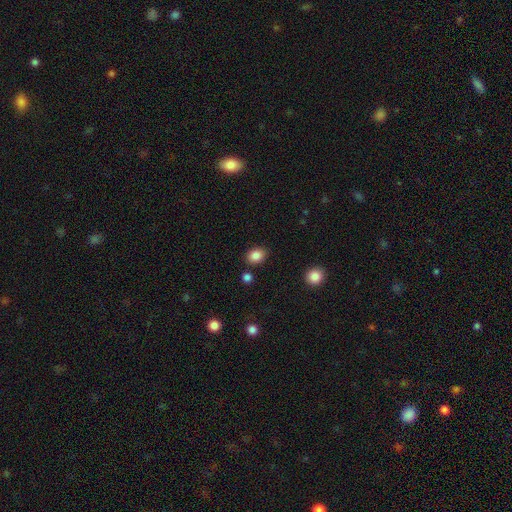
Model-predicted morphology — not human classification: Smooth or featured?
  - smooth: 86% *
  - star or artifact: 9%
  - featured or disk: 5%
How rounded?
  - in between: 63% *
  - round: 36%
  - cigar-shaped: 1%
Merging?
  - none: 82% *
  - minor disturbance: 11%
  - merger: 5%
  - major disturbance: 3%